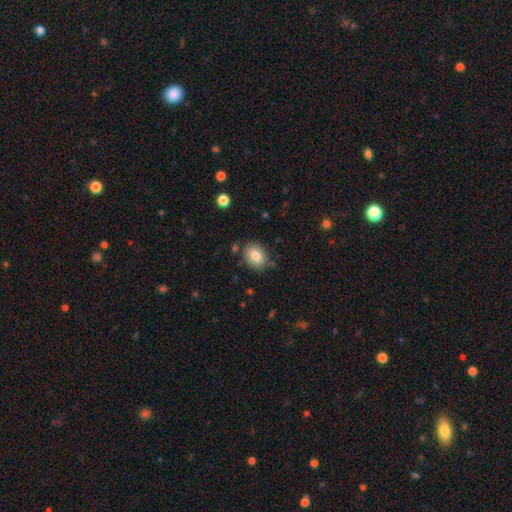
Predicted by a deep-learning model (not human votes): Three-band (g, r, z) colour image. It shows a smooth galaxy with no disk features (82%) that is in between round and cigar-shaped (57%). Merging: none (81%).